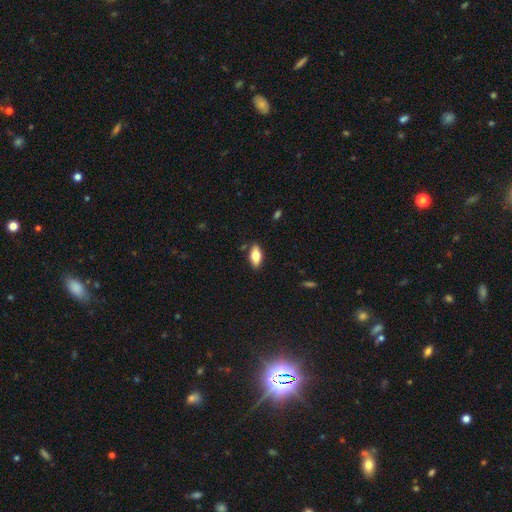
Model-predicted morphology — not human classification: Smooth or featured? smooth (73%)
How rounded? in between (86%)
Merging? none (85%)